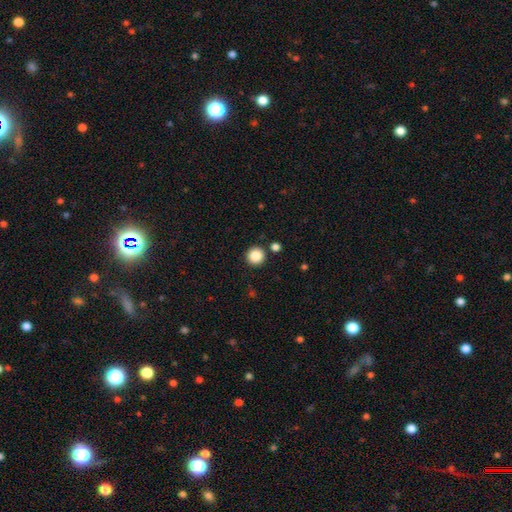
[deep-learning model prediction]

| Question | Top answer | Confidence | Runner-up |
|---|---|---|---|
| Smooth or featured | smooth | 87% | star or artifact (10%) |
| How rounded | round | 95% | in between (4%) |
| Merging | none | 89% | minor disturbance (5%) |